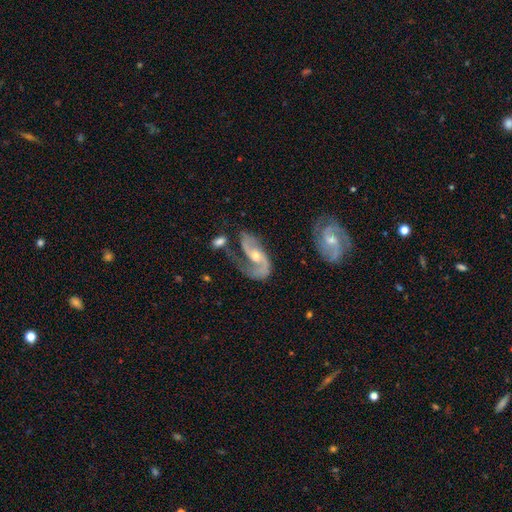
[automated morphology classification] type=featured or disk (88%); edge-on=no (96%); bar=no (52%); spiral arms=yes (95%); winding=medium (44%); arm count=2 (82%); bulge=moderate (56%); merging=none (45%).